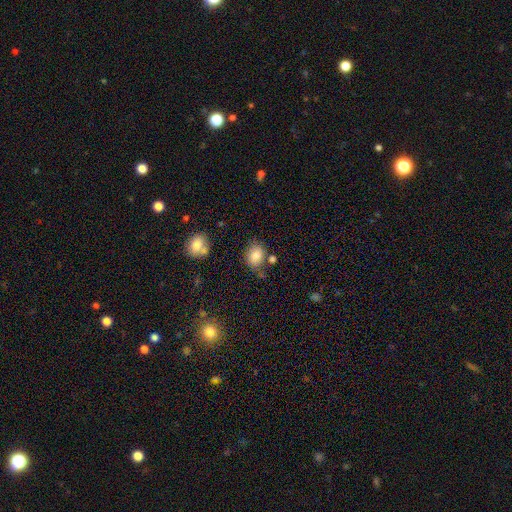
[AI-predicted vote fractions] Smooth or featured: smooth — 82% (star or artifact — 9%)
How rounded: in between — 53% (round — 46%)
Merging: none — 68% (minor disturbance — 18%)